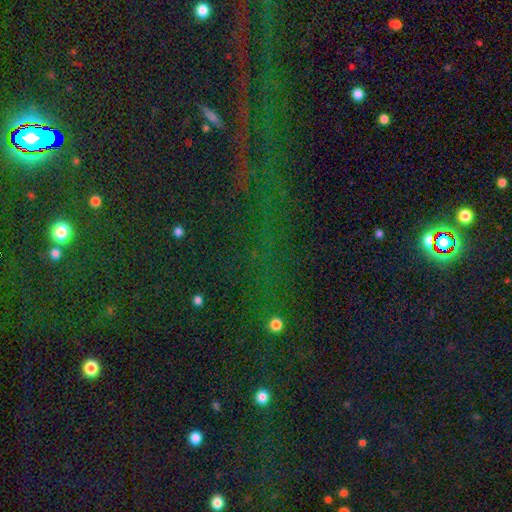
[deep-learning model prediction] Smooth or featured? star or artifact (78%)